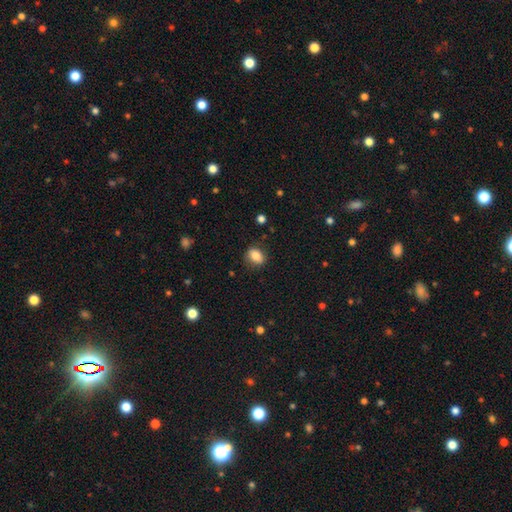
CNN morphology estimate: Overall: smooth (81%). How rounded: in between (62%; round 36%). Merging: none (82%).